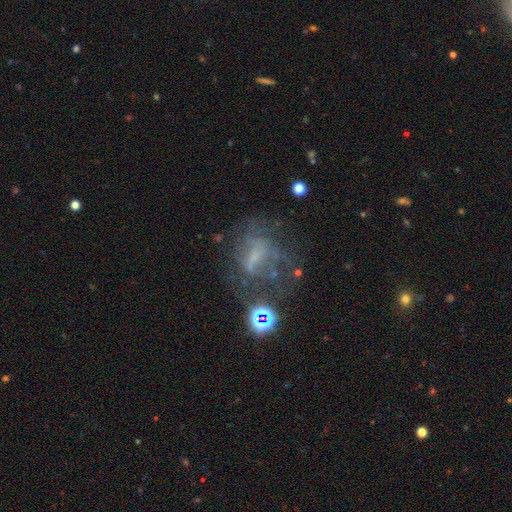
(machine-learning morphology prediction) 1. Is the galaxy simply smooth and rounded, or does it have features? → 50% featured or disk, 26% star or artifact, 23% smooth.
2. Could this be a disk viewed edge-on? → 96% no, 4% yes.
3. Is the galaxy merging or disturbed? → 42% none, 33% major disturbance, 18% minor disturbance, 7% merger.